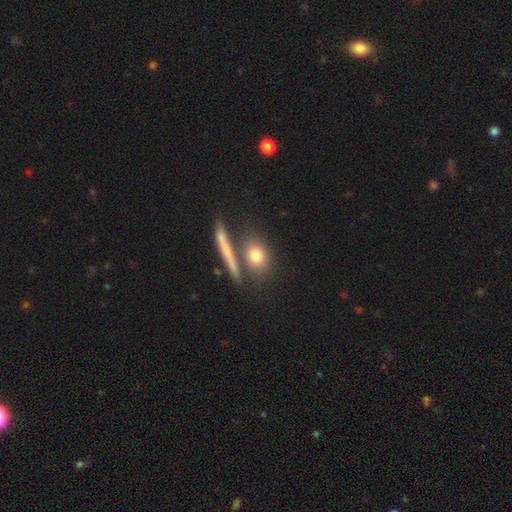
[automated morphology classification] Overall: smooth (75%). How rounded: round (49%; in between 36%). Merging: none (68%).